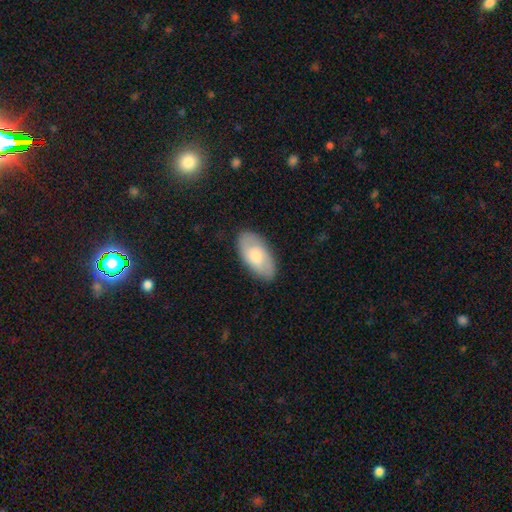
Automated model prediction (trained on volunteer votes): Smooth or featured? Predicted: smooth (p=0.64). How rounded? Predicted: in between (p=0.94). Merging? Predicted: none (p=0.85).